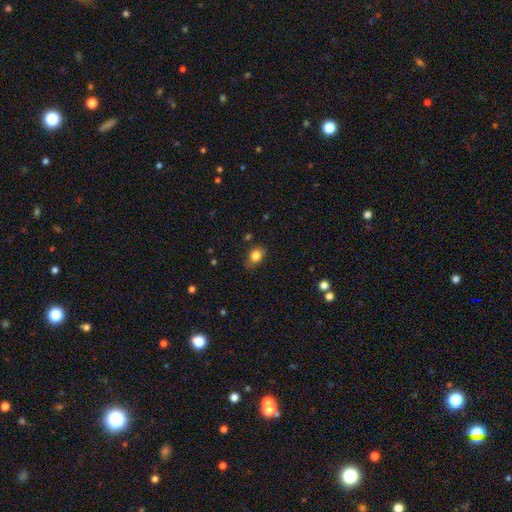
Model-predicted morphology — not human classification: This appears to be a smooth galaxy with no disk features (80%) that is in between round and cigar-shaped (66%). Merging: none (73%).